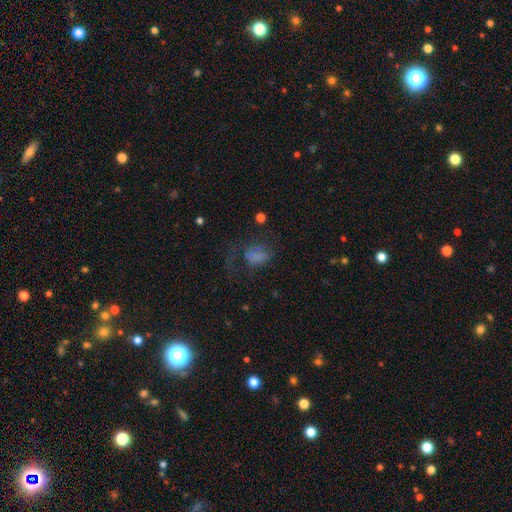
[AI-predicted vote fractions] The model was most divided on "merging": major disturbance: 50%, none: 27%, minor disturbance: 18%, merger: 4%. More confident: how rounded — in between (73%); smooth or featured — smooth (59%).